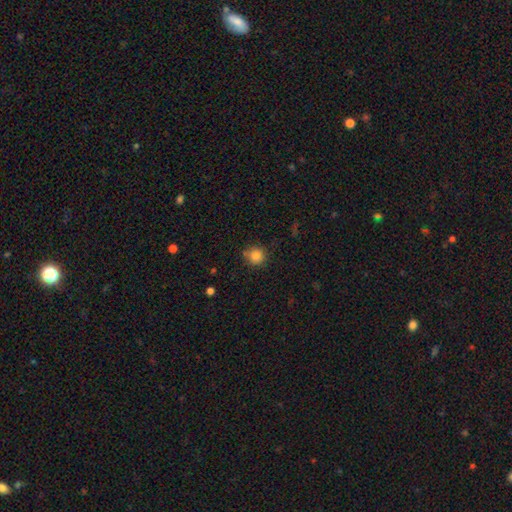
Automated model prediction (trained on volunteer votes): Smooth or featured: smooth — 84% (star or artifact — 11%)
How rounded: round — 91% (in between — 8%)
Merging: none — 77% (minor disturbance — 15%)